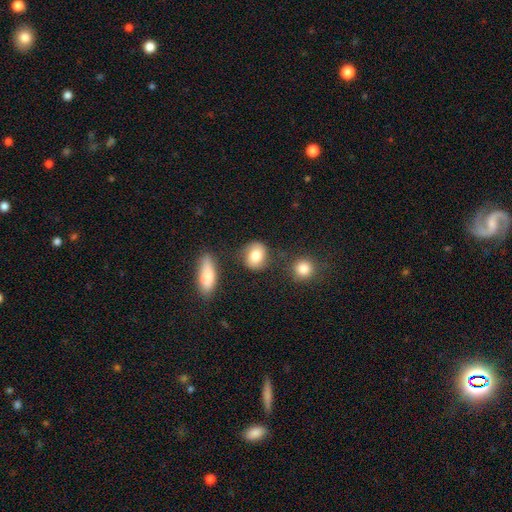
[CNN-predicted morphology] smooth-or-featured: smooth: 77% | featured or disk: 15% | star or artifact: 8%
  how-rounded: round: 62% | in between: 36% | cigar-shaped: 2%
  merging: none: 71% | minor disturbance: 16% | merger: 8% | major disturbance: 5%